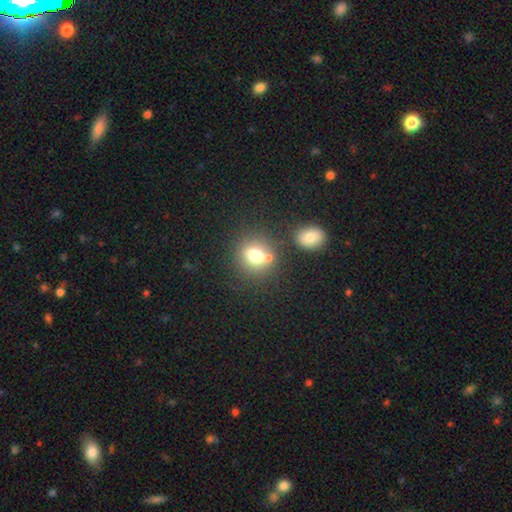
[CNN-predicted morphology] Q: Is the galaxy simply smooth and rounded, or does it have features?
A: smooth — 71%.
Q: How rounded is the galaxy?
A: round — 63%.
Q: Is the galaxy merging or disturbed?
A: none — 64%.